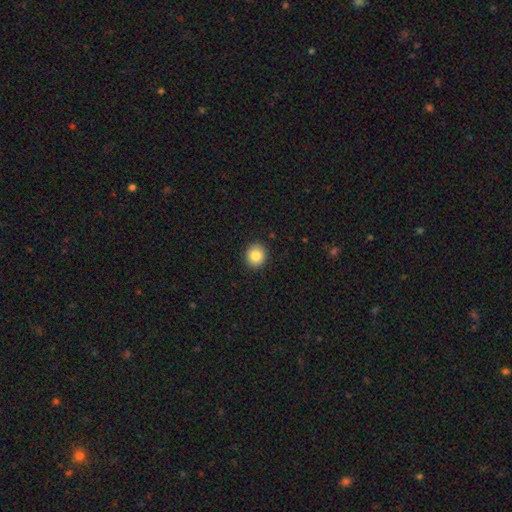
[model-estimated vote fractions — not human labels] Overall: smooth (84%). How rounded: round (82%). Merging: none (91%).